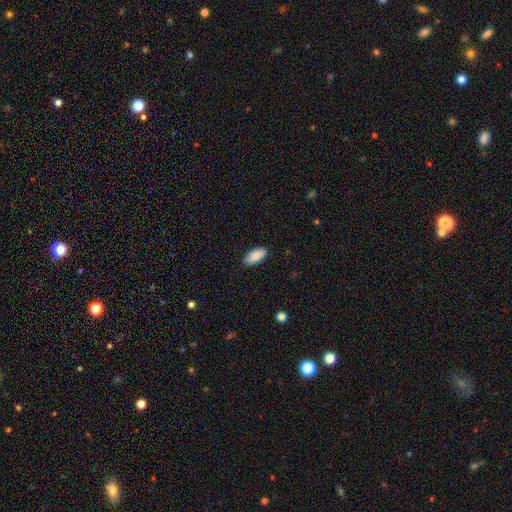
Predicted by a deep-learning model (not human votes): This is clearly a smooth galaxy (87%). How rounded: clearly in between (90%). Merging: clearly none (86%).